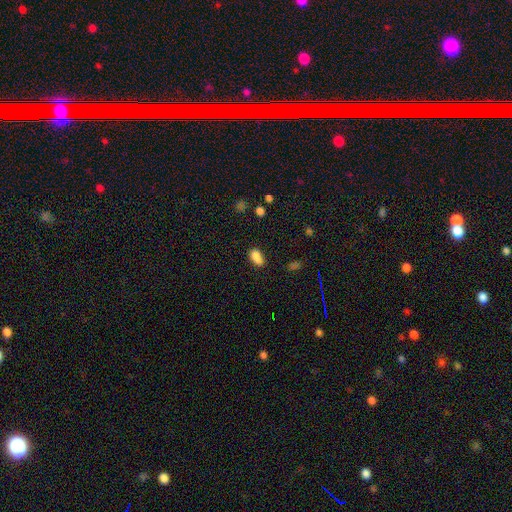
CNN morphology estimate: A smooth galaxy with no disk features (81%) that is in between round and cigar-shaped (86%).

Vote fractions:
- Smooth or featured? smooth: 81% / star or artifact: 11% / featured or disk: 8%
- How rounded? in between: 86% / round: 10% / cigar-shaped: 4%
- Merging? none: 53% / minor disturbance: 22% / merger: 19% / major disturbance: 6%